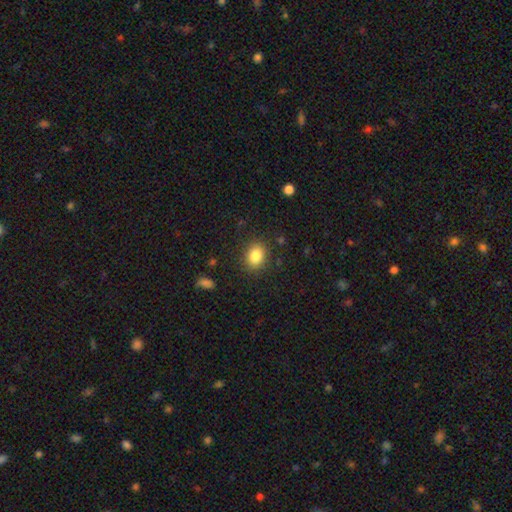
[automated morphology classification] smooth-or-featured: smooth: 84% | star or artifact: 10% | featured or disk: 7%
  how-rounded: round: 50% | in between: 49% | cigar-shaped: 1%
  merging: none: 86% | minor disturbance: 10% | major disturbance: 3% | merger: 1%